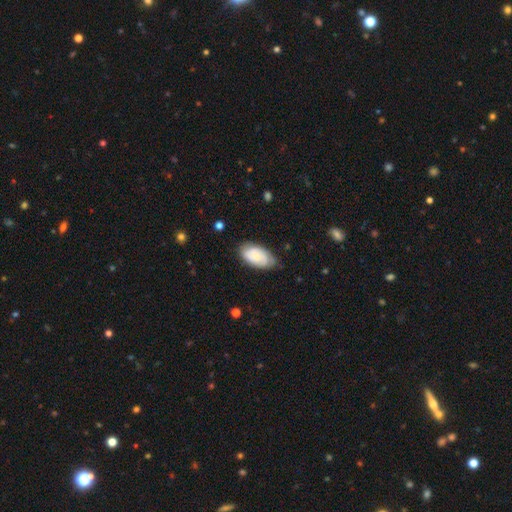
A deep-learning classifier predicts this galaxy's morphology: Smooth or featured: smooth — 52% (featured or disk — 42%)
How rounded: in between — 94% (round — 4%)
Merging: none — 74% (minor disturbance — 20%)